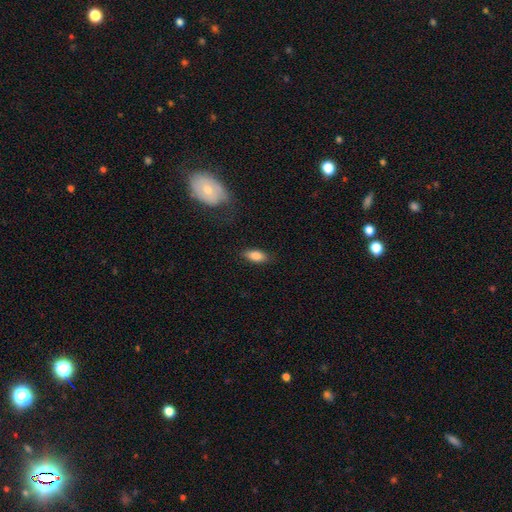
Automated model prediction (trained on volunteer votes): The model was most divided on "merging": none: 82%, minor disturbance: 13%, major disturbance: 4%, merger: 2%. More confident: how rounded — in between (85%); smooth or featured — smooth (83%).